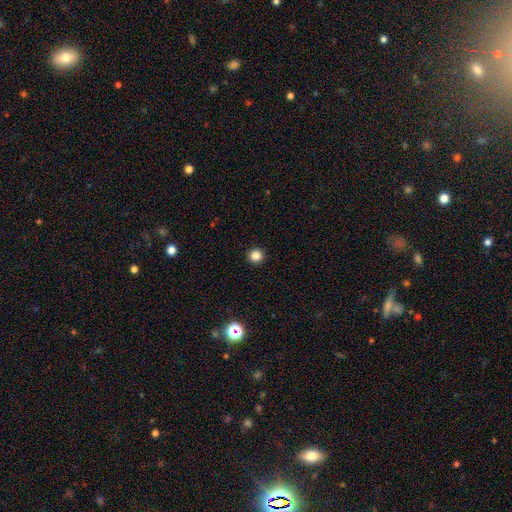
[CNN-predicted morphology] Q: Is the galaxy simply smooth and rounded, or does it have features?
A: smooth — 84%.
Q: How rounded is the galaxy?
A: round — 94%.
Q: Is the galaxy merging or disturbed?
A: none — 93%.